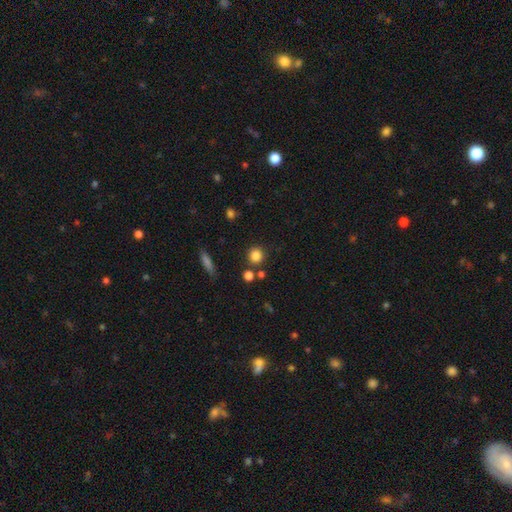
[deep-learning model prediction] The model was most divided on "smooth or featured": smooth: 83%, star or artifact: 12%, featured or disk: 6%. More confident: how rounded — round (89%); merging — none (80%).